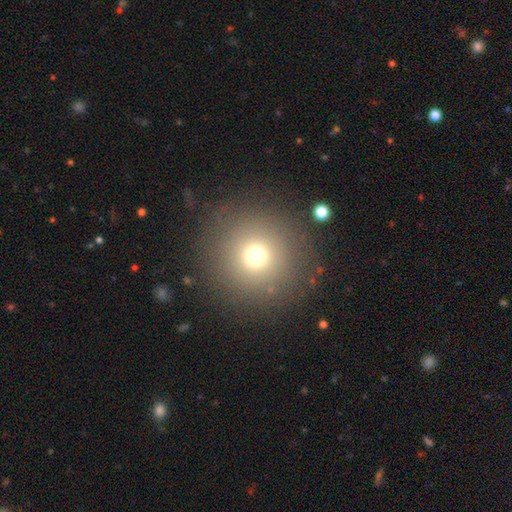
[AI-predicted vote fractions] The model was most divided on "smooth or featured": smooth: 70%, star or artifact: 20%, featured or disk: 10%. More confident: how rounded — round (96%); merging — none (85%).